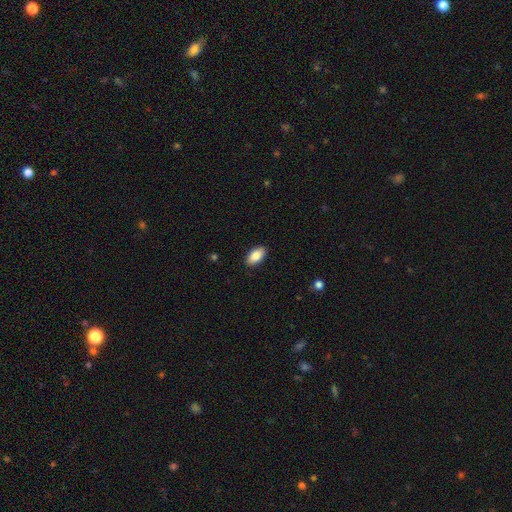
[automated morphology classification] Smooth or featured? smooth (86%)
How rounded? in between (93%)
Merging? none (90%)